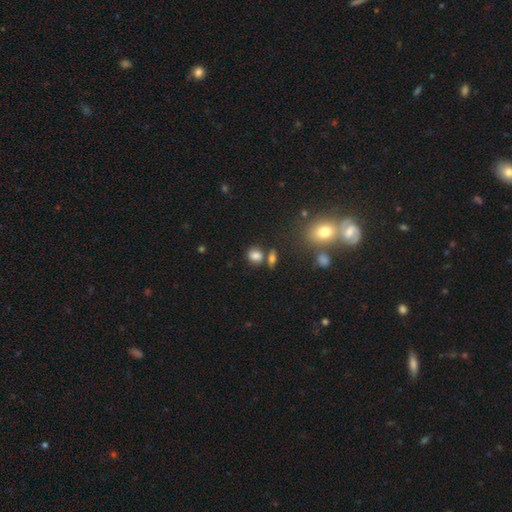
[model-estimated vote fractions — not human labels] smooth-or-featured: smooth: 80% | star or artifact: 12% | featured or disk: 7%
  how-rounded: round: 53% | in between: 44% | cigar-shaped: 2%
  merging: none: 62% | merger: 19% | minor disturbance: 14% | major disturbance: 5%